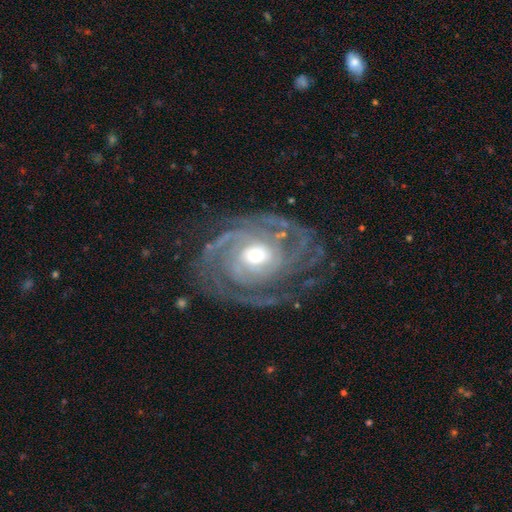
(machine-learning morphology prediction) Overall: featured or disk (92%). Edge-on disk: no (97%). Bar: no (64%; weak 26%). Spiral arms: yes (98%). Spiral arm count: 3 (29%; 2 26%). Spiral winding: tight (71%). Bulge size: moderate (68%). Merging: none (74%).